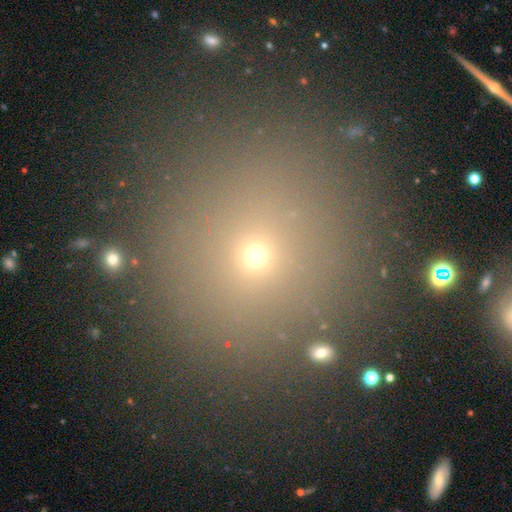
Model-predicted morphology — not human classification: Smooth or featured? Predicted: smooth (p=0.57). How rounded? Predicted: round (p=0.91). Merging? Predicted: none (p=0.87).